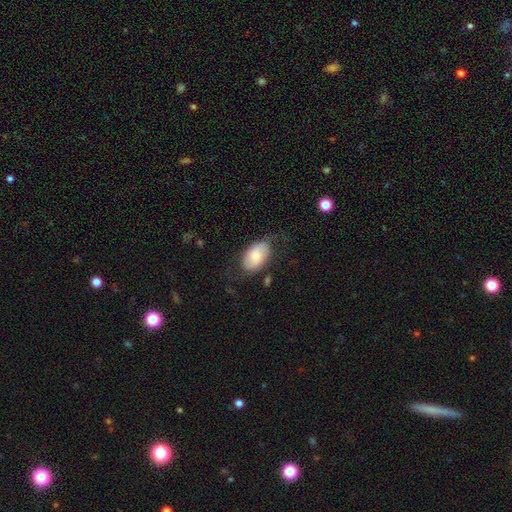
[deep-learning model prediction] This is likely a smooth galaxy (64%). How rounded: clearly in between (92%). Merging: possibly none (58%).